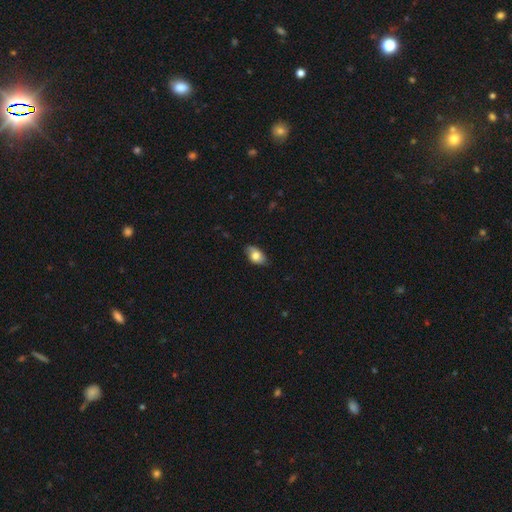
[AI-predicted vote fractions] Smooth or featured?
  - smooth: 74% *
  - featured or disk: 18%
  - star or artifact: 7%
How rounded?
  - in between: 90% *
  - round: 8%
  - cigar-shaped: 2%
Merging?
  - none: 78% *
  - minor disturbance: 18%
  - major disturbance: 3%
  - merger: 1%